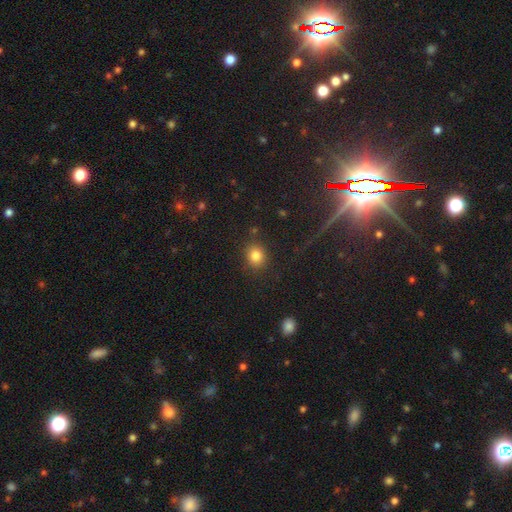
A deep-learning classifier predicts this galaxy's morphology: smooth_or_featured: smooth (p=0.83) [alt: star or artifact p=0.12]
how_rounded: round (p=0.75) [alt: in between p=0.24]
merging: none (p=0.84) [alt: minor disturbance p=0.09]